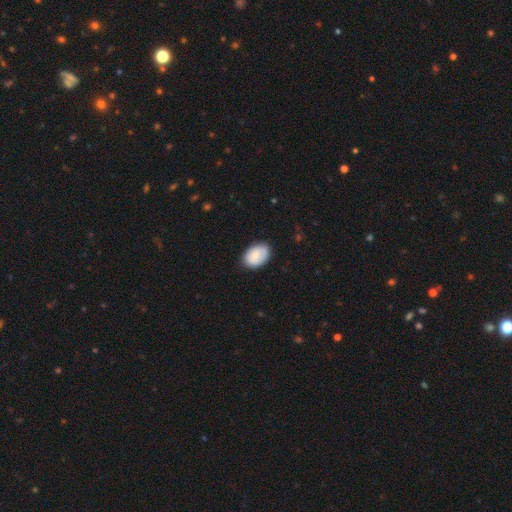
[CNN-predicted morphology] The model was most divided on "merging": none: 79%, minor disturbance: 17%, major disturbance: 3%, merger: 1%. More confident: how rounded — in between (85%); smooth or featured — smooth (80%).